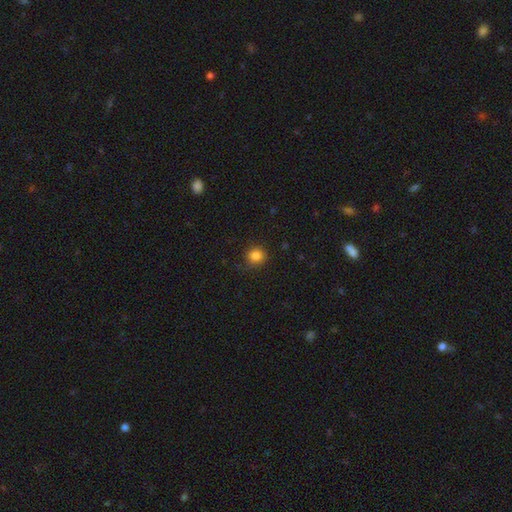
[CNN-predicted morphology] A smooth galaxy with no disk features (85%) that is round (90%). Merging: none (85%).